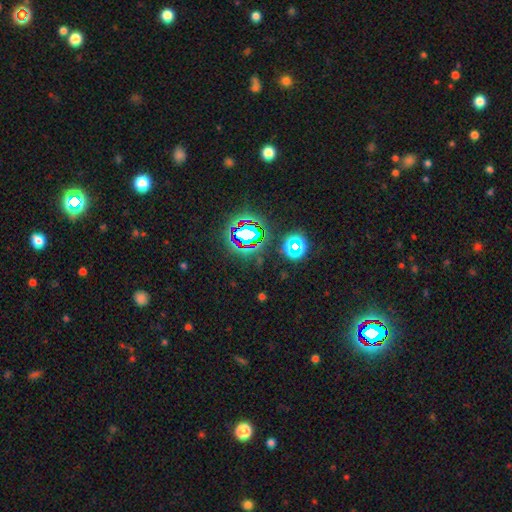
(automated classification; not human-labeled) smooth_or_featured: star or artifact (p=0.78) [alt: smooth p=0.14]